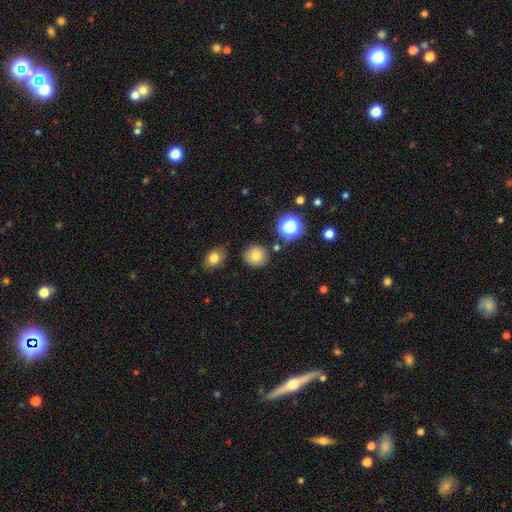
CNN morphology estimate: type=smooth (79%); roundness=round (89%); merging=none (85%).